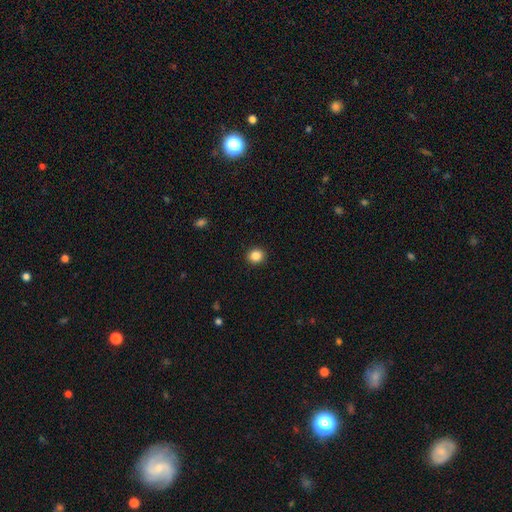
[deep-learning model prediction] smooth-or-featured: smooth: 86% | star or artifact: 10% | featured or disk: 4%
  how-rounded: round: 83% | in between: 16% | cigar-shaped: 1%
  merging: none: 92% | minor disturbance: 5% | major disturbance: 2% | merger: 1%